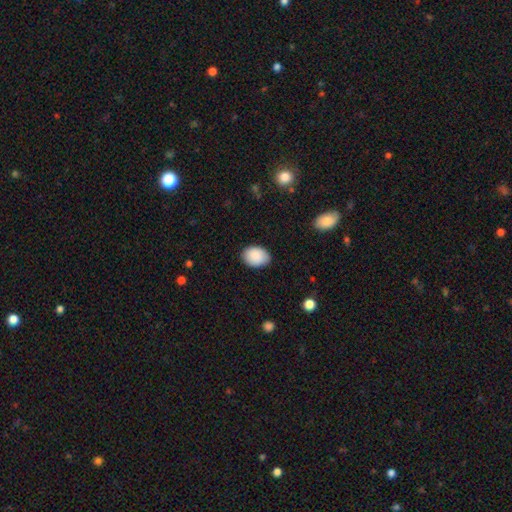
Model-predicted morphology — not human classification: Q: Smooth or featured?
A: smooth (89%); runner-up: star or artifact (7%)
Q: How rounded?
A: in between (74%); runner-up: round (25%)
Q: Merging?
A: none (83%); runner-up: minor disturbance (13%)